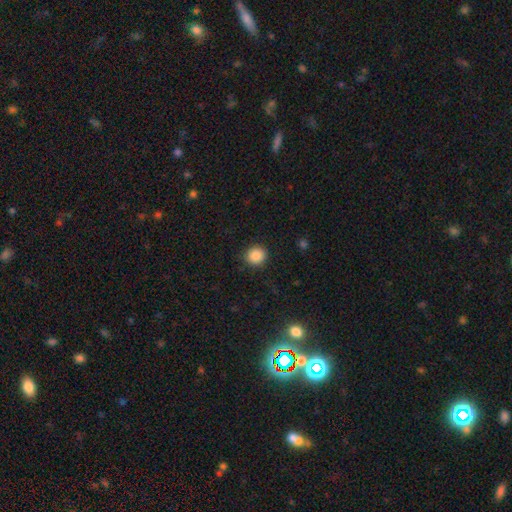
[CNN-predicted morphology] smooth-or-featured: smooth: 86% | star or artifact: 10% | featured or disk: 4%
  how-rounded: round: 87% | in between: 12% | cigar-shaped: 1%
  merging: none: 88% | minor disturbance: 9% | major disturbance: 2% | merger: 1%